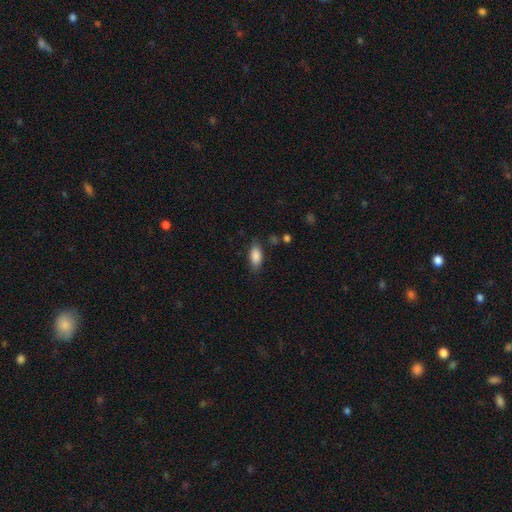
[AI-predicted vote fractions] smooth 87%, star or artifact 7%, featured or disk 6%. Down the decision tree: how rounded — in between (86%); merging — none (79%).